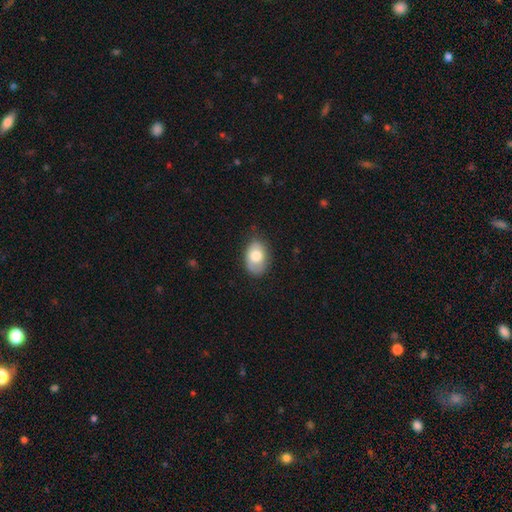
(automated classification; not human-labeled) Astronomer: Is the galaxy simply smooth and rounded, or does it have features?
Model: smooth — 74%.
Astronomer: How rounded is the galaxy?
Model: in between — 83%.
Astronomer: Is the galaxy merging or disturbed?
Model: none — 68%.